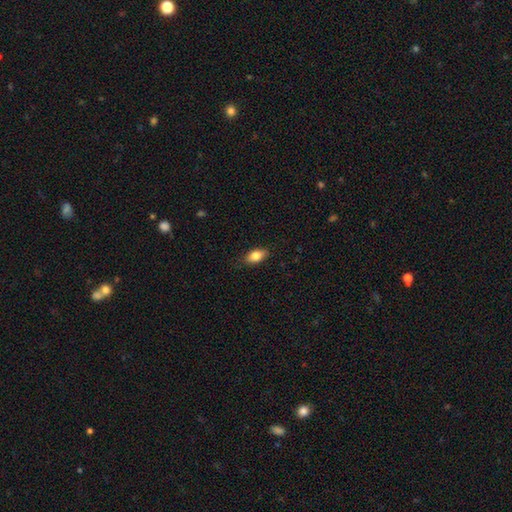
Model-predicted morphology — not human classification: A smooth galaxy with no disk features (83%) that is in between round and cigar-shaped (88%). Merging: none (83%).